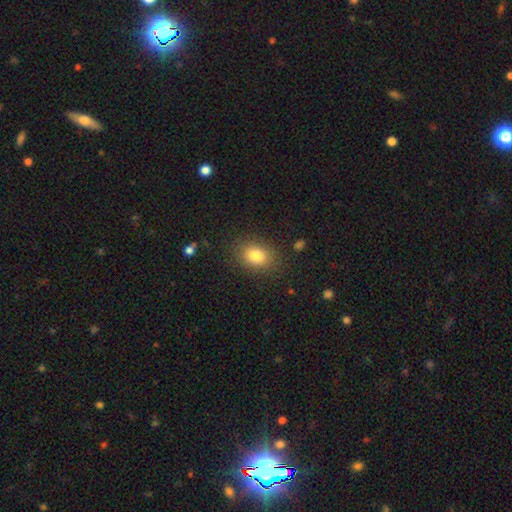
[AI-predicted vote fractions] A smooth galaxy with no disk features (82%) that is in between round and cigar-shaped (63%).

Vote fractions:
- Smooth or featured? smooth: 82% / star or artifact: 10% / featured or disk: 8%
- How rounded? in between: 63% / round: 36% / cigar-shaped: 1%
- Merging? none: 85% / minor disturbance: 10% / major disturbance: 3% / merger: 1%